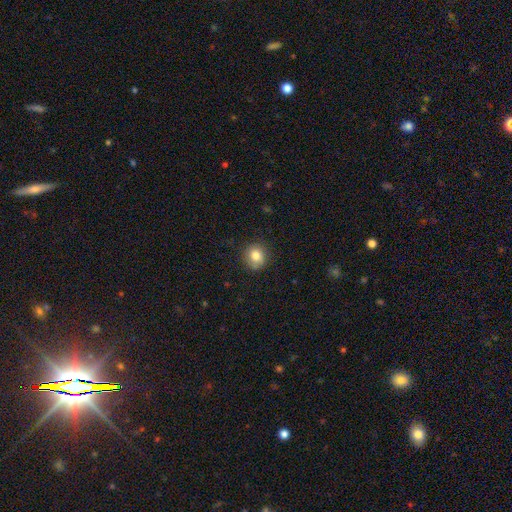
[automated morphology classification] Smooth or featured? smooth (82%)
How rounded? round (86%)
Merging? none (85%)